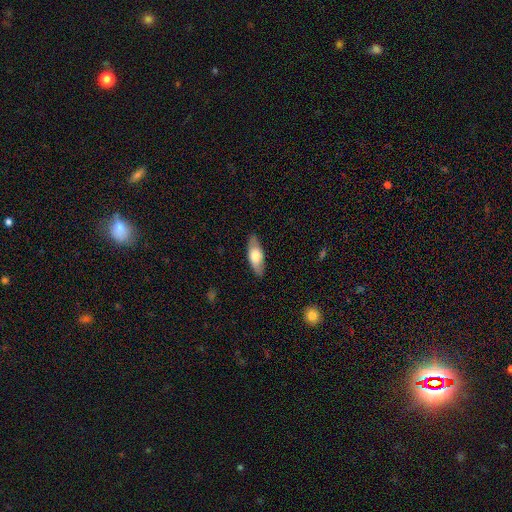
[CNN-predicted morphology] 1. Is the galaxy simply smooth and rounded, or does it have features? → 62% smooth, 32% featured or disk, 6% star or artifact.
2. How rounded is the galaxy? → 73% in between, 25% cigar-shaped, 2% round.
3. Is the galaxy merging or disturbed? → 86% none, 11% minor disturbance, 2% major disturbance, 1% merger.